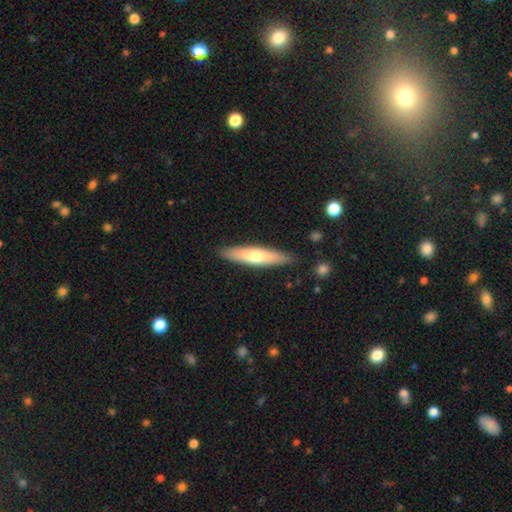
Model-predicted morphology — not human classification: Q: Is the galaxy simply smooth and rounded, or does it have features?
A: smooth — 56%.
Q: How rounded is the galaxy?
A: cigar-shaped — 82%.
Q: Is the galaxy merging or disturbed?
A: none — 88%.